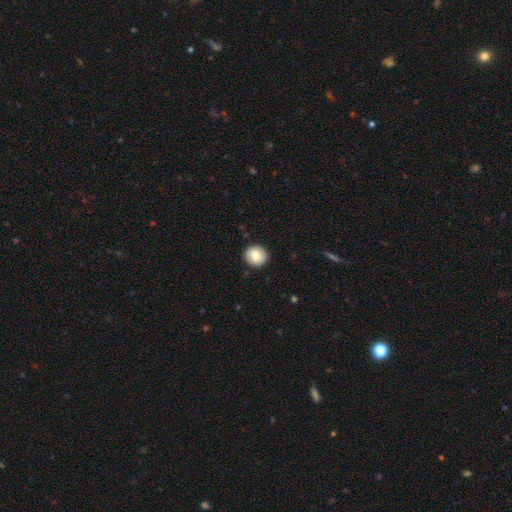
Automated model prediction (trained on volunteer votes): This is clearly a smooth galaxy (81%). How rounded: clearly round (90%). Merging: clearly none (91%).